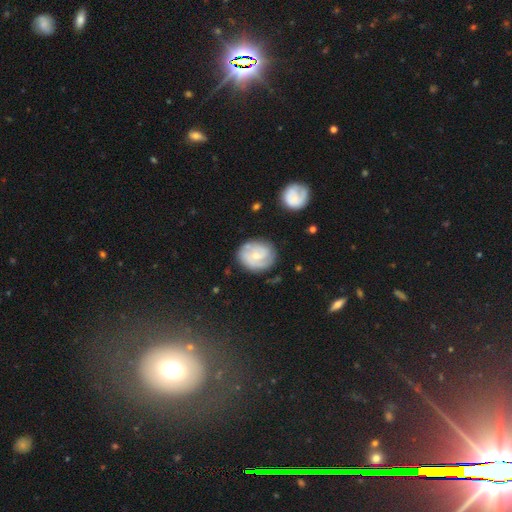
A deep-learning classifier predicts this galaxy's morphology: This appears to be a featured or disk galaxy (67%) with no bar (64%), 2 (42%) tight (54%) spiral arms (87%) and a small central bulge (64%). Merging: none (74%).